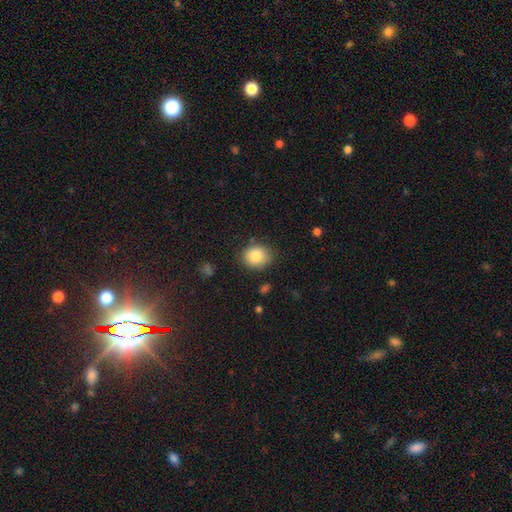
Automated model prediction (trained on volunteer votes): Smooth or featured? smooth (83%)
How rounded? round (68%)
Merging? none (82%)